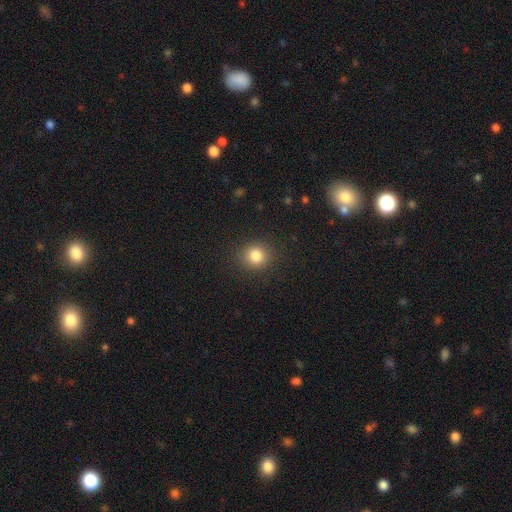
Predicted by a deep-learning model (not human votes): Smooth or featured? smooth (83%)
How rounded? round (86%)
Merging? none (89%)